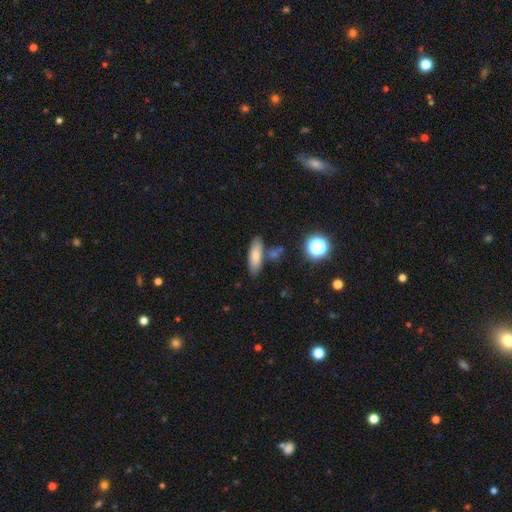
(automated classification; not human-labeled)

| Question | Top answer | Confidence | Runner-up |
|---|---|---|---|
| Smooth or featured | smooth | 76% | featured or disk (15%) |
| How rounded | in between | 54% | cigar-shaped (42%) |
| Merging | none | 74% | minor disturbance (13%) |